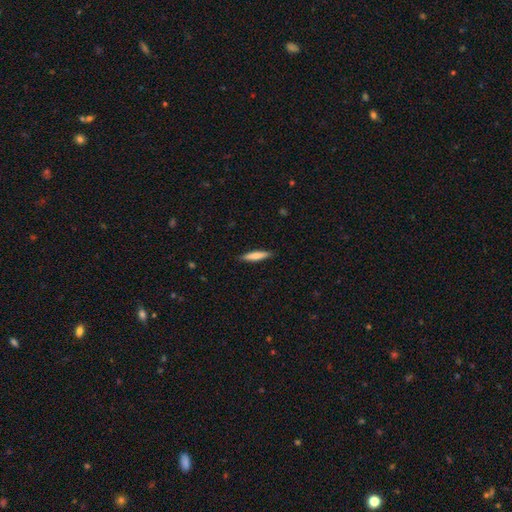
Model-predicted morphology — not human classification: A smooth galaxy with no disk features (76%) that is cigar-shaped (85%).

Vote fractions:
- Smooth or featured? smooth: 76% / featured or disk: 19% / star or artifact: 5%
- How rounded? cigar-shaped: 85% / in between: 14% / round: 1%
- Merging? none: 90% / minor disturbance: 8% / major disturbance: 2% / merger: 1%